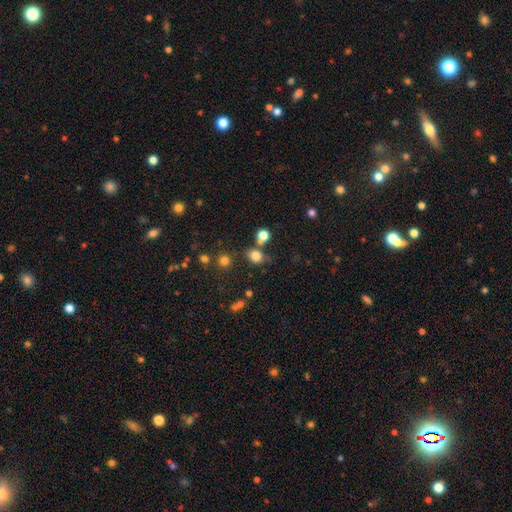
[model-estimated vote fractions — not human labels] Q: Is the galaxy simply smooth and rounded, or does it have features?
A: smooth — 78%.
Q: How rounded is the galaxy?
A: round — 58%.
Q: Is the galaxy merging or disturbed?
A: none — 62%.